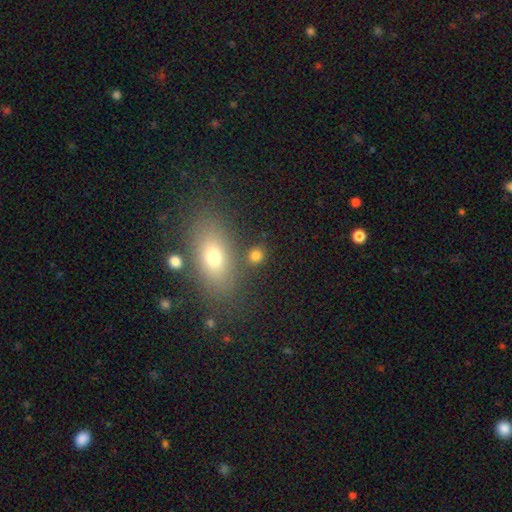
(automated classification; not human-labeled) Q: Smooth or featured?
A: smooth (79%); runner-up: star or artifact (13%)
Q: How rounded?
A: round (64%); runner-up: in between (34%)
Q: Merging?
A: none (76%); runner-up: merger (11%)